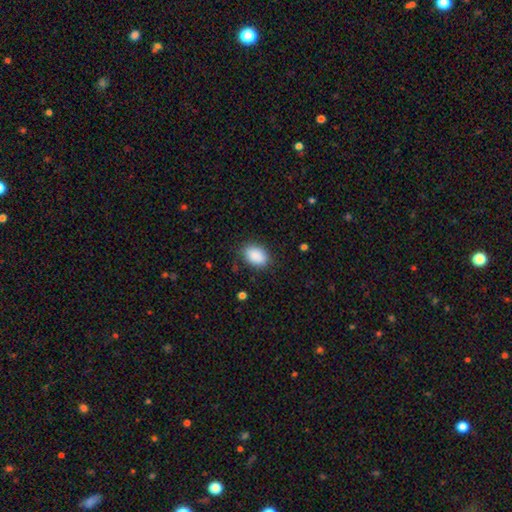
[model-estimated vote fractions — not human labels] Q: Smooth or featured?
A: smooth (89%); runner-up: star or artifact (7%)
Q: How rounded?
A: in between (86%); runner-up: round (13%)
Q: Merging?
A: none (83%); runner-up: minor disturbance (13%)